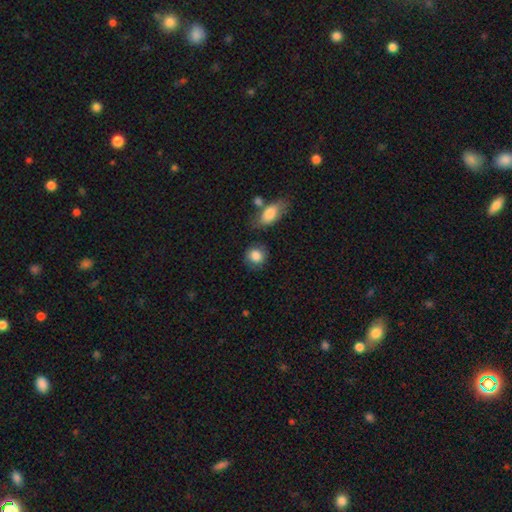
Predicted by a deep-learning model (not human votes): Smooth or featured: smooth — 85% (featured or disk — 7%)
How rounded: round — 75% (in between — 23%)
Merging: none — 71% (minor disturbance — 17%)